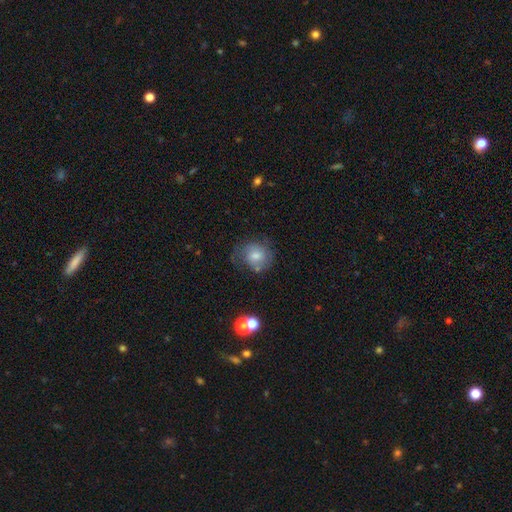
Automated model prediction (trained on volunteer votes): Smooth or featured? Predicted: smooth (p=0.57). How rounded? Predicted: round (p=0.71). Merging? Predicted: none (p=0.52).